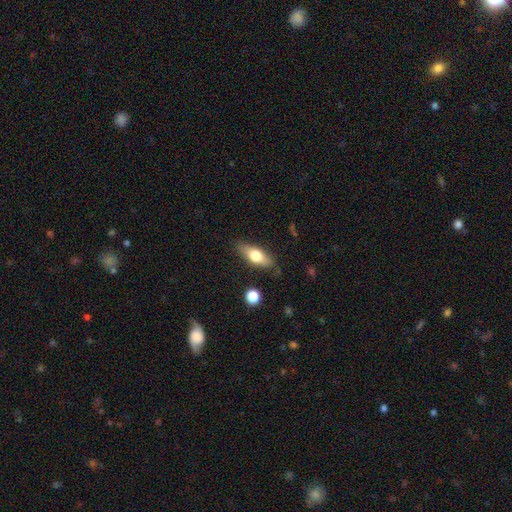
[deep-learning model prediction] A smooth galaxy with no disk features (64%) that is in between round and cigar-shaped (68%).

Vote fractions:
- Smooth or featured? smooth: 64% / featured or disk: 30% / star or artifact: 7%
- How rounded? in between: 68% / cigar-shaped: 29% / round: 4%
- Merging? none: 81% / minor disturbance: 14% / major disturbance: 3% / merger: 2%